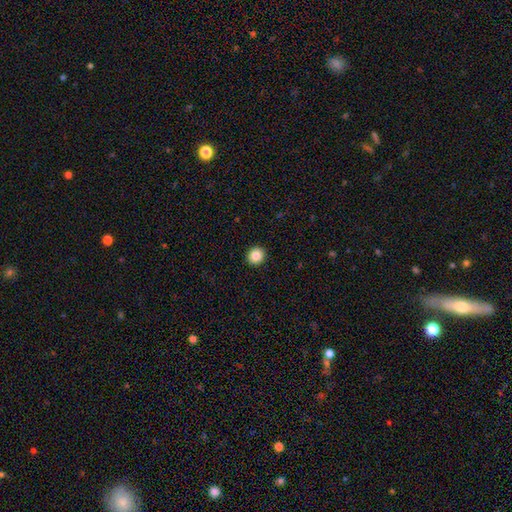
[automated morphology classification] Smooth or featured: smooth — 86% (star or artifact — 10%)
How rounded: round — 87% (in between — 12%)
Merging: none — 93% (minor disturbance — 4%)